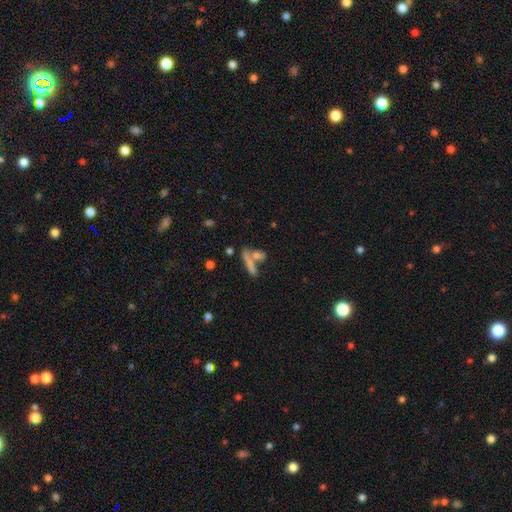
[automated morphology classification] Smooth or featured? smooth (58%)
How rounded? cigar-shaped (67%)
Merging? none (52%)